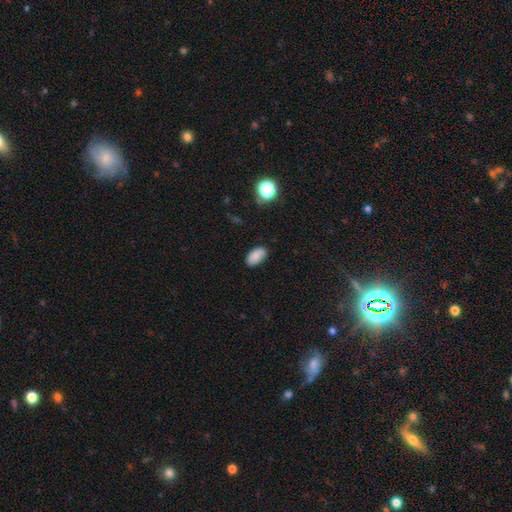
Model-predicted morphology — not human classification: Smooth or featured?
  - smooth: 84% *
  - star or artifact: 9%
  - featured or disk: 7%
How rounded?
  - in between: 94% *
  - round: 5%
  - cigar-shaped: 2%
Merging?
  - none: 81% *
  - minor disturbance: 15%
  - major disturbance: 3%
  - merger: 2%